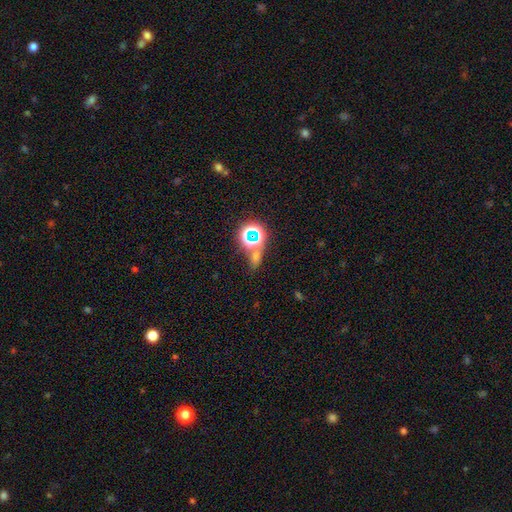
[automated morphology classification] A star or artifact, not a galaxy (60%).

Vote fractions:
- Smooth or featured? star or artifact: 60% / smooth: 29% / featured or disk: 11%